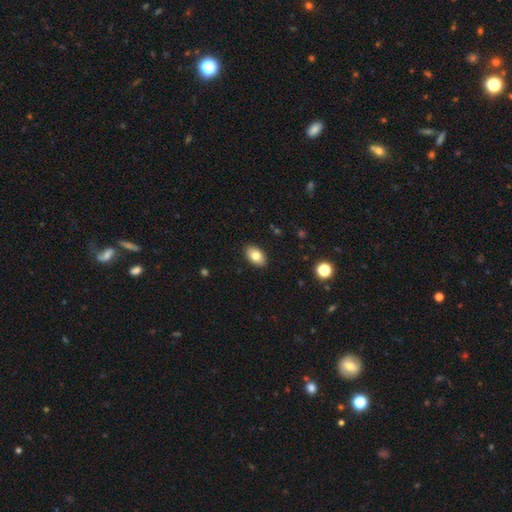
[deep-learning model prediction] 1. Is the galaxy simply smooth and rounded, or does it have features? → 80% smooth, 12% featured or disk, 8% star or artifact.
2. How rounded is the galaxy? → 91% in between, 8% round, 1% cigar-shaped.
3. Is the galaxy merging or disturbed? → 89% none, 8% minor disturbance, 2% major disturbance, 1% merger.